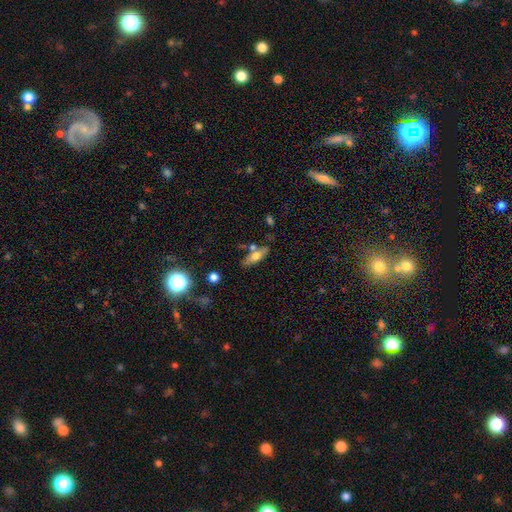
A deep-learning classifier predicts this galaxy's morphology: Smooth or featured? smooth (59%)
How rounded? in between (53%)
Merging? none (66%)